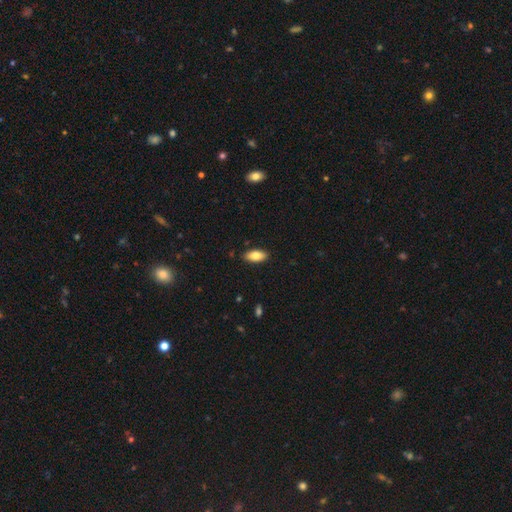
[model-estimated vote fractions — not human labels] Smooth or featured: smooth — 79% (featured or disk — 14%)
How rounded: in between — 89% (cigar-shaped — 9%)
Merging: none — 89% (minor disturbance — 8%)